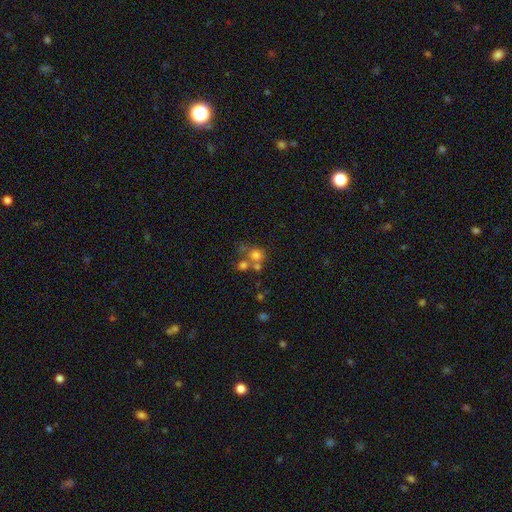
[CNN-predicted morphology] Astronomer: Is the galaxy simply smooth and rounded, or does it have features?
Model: smooth — 63%.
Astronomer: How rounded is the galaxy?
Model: round — 80%.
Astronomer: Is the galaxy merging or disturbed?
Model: merger — 44% (runner-up: none, 39%).